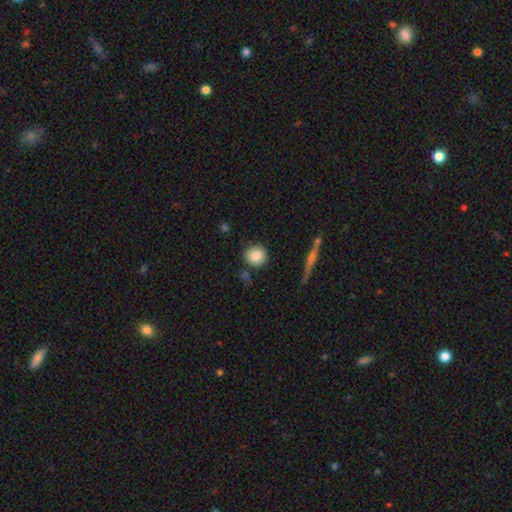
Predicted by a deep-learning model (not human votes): Q: Smooth or featured?
A: smooth (84%); runner-up: star or artifact (8%)
Q: How rounded?
A: round (91%); runner-up: in between (8%)
Q: Merging?
A: none (84%); runner-up: minor disturbance (9%)